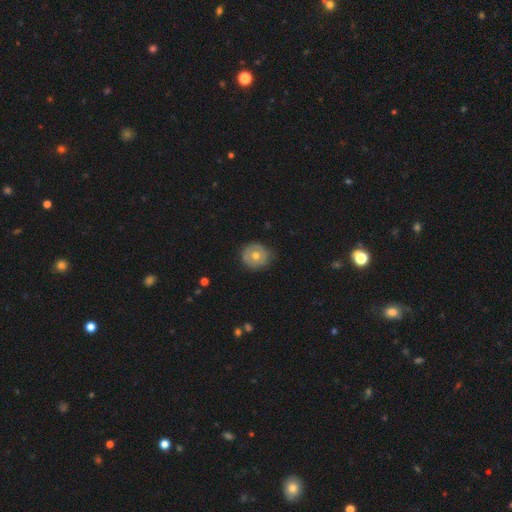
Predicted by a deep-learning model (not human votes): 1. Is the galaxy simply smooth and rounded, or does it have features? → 55% smooth, 37% featured or disk, 8% star or artifact.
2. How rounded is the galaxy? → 88% round, 11% in between, 1% cigar-shaped.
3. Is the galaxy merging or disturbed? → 78% none, 17% minor disturbance, 3% major disturbance, 1% merger.